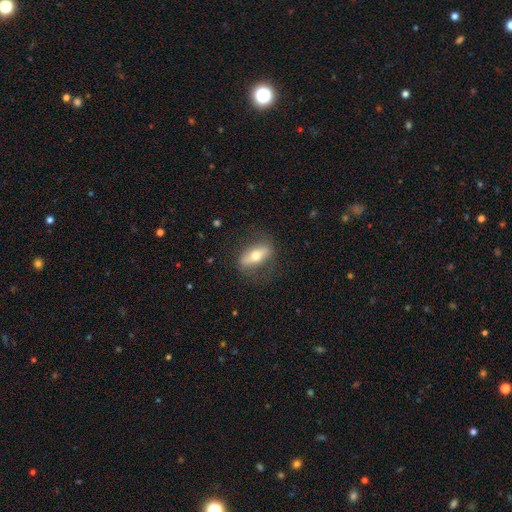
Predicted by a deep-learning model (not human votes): Smooth or featured: smooth — 49% (featured or disk — 45%)
Merging: none — 78% (minor disturbance — 14%)